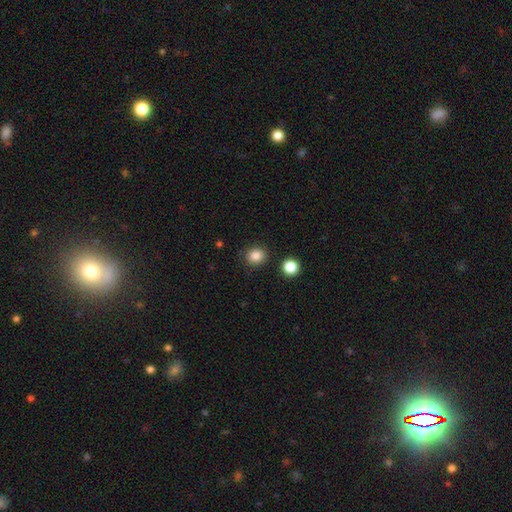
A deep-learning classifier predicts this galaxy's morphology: A smooth galaxy with no disk features (85%) that is round (83%). Merging: none (88%).